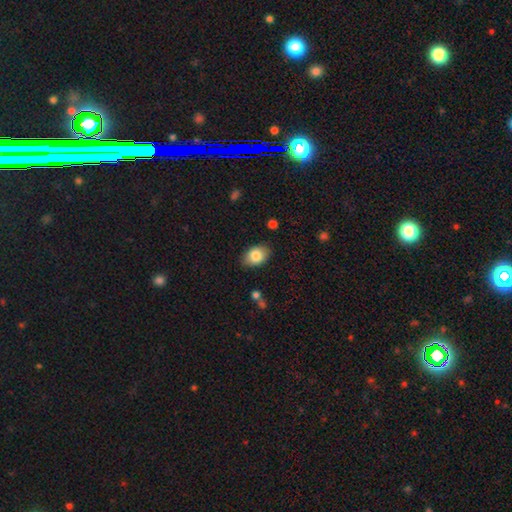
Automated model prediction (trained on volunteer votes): This is clearly a smooth galaxy (83%). How rounded: clearly in between (85%). Merging: clearly none (84%).